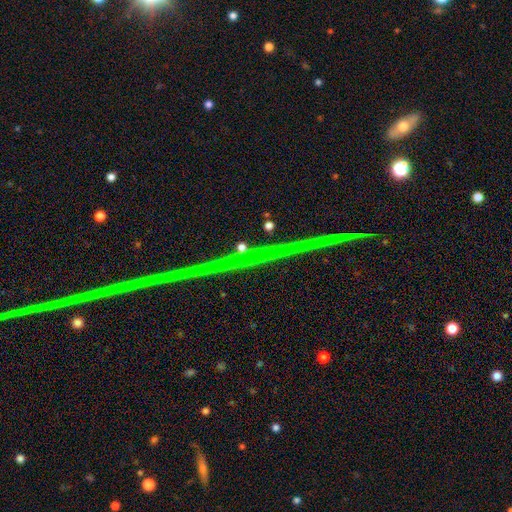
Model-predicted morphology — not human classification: Overall: star or artifact (79%).